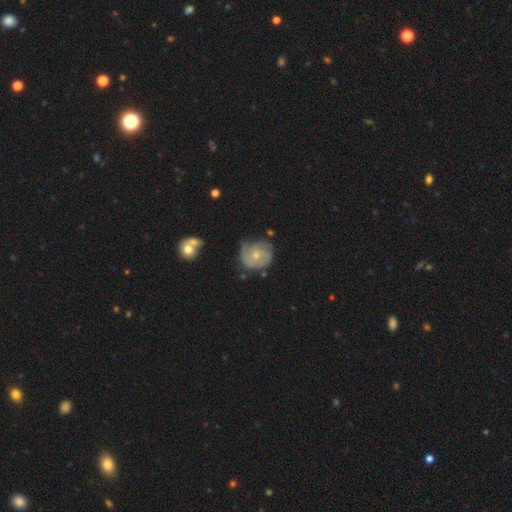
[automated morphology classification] Overall: featured or disk (73%). Edge-on disk: no (98%). Bar: no (78%). Spiral arms: yes (89%). Spiral arm count: 2 (31%; can't tell 30%). Spiral winding: tight (61%; medium 29%). Bulge size: small (61%; moderate 35%). Merging: none (55%; minor disturbance 29%).